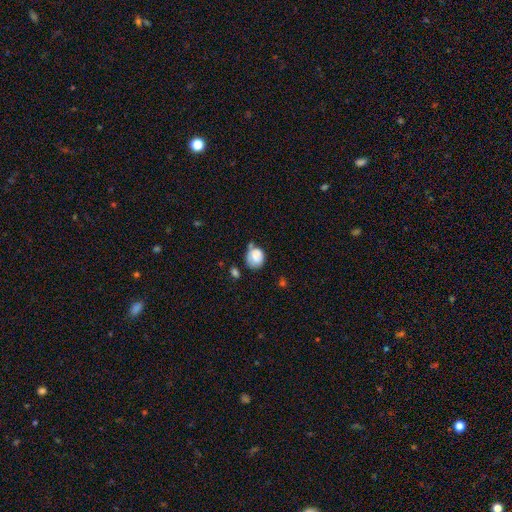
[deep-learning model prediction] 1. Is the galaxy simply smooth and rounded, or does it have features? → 77% smooth, 14% featured or disk, 9% star or artifact.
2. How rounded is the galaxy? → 69% round, 30% in between, 1% cigar-shaped.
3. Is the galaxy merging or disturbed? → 49% none, 28% minor disturbance, 13% merger, 9% major disturbance.